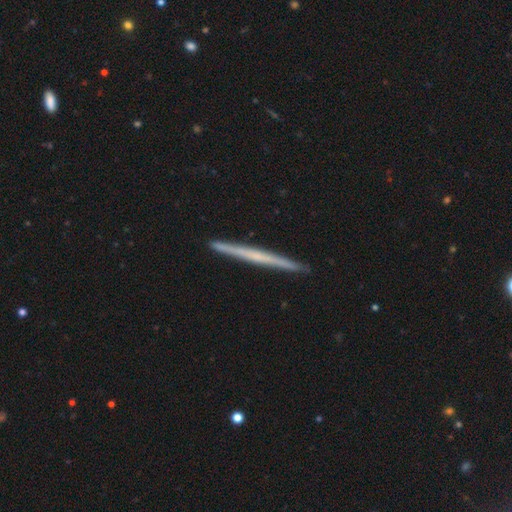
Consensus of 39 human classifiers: Smooth or featured? 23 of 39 (59%) said featured or disk. Edge-on disk? 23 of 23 (100%) said yes. Edge-on bulge? 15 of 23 (65%) said none. Merging? 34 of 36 (94%) said none.